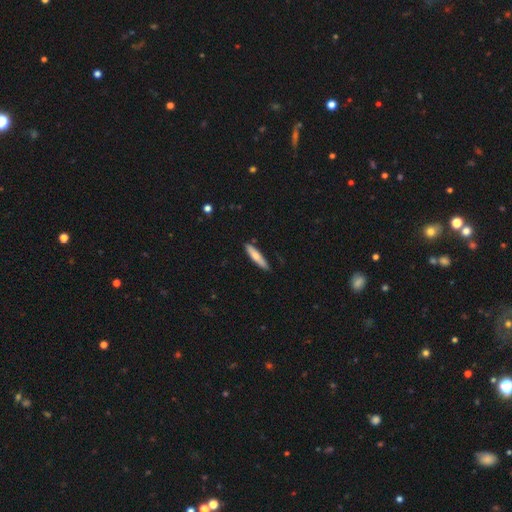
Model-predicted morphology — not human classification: A smooth galaxy with no disk features (68%) that is cigar-shaped (87%). Merging: none (87%).